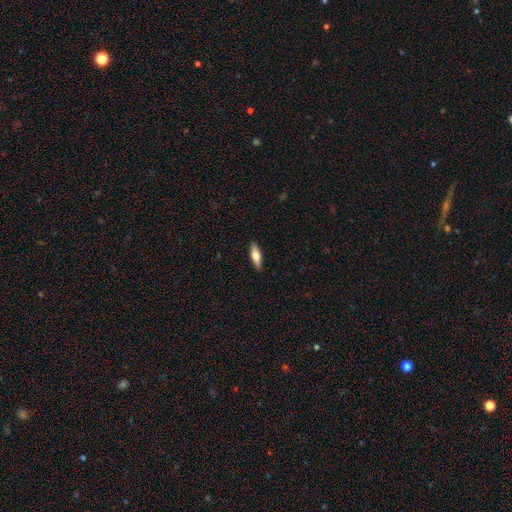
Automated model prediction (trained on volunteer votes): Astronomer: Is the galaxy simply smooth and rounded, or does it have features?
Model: smooth — 61%.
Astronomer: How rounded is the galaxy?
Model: cigar-shaped — 53% (runner-up: in between, 45%).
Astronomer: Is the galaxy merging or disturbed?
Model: none — 90%.